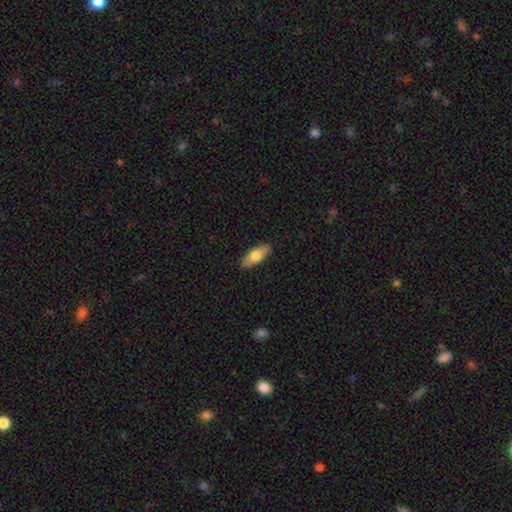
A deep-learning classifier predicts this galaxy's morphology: A smooth galaxy with no disk features (66%) that is in between round and cigar-shaped (72%).

Vote fractions:
- Smooth or featured? smooth: 66% / featured or disk: 29% / star or artifact: 6%
- How rounded? in between: 72% / cigar-shaped: 25% / round: 3%
- Merging? none: 89% / minor disturbance: 8% / major disturbance: 2% / merger: 1%